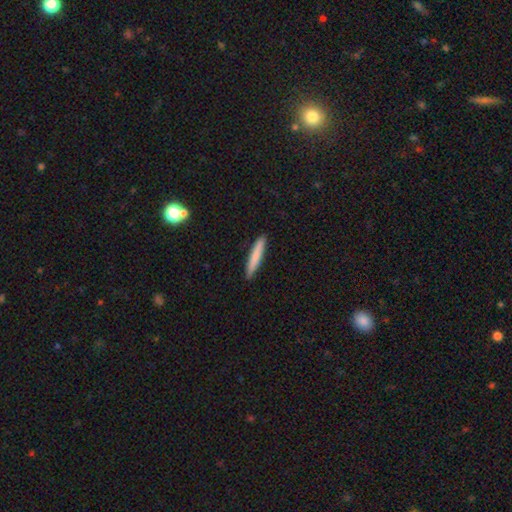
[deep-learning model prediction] smooth-or-featured: smooth: 77% | featured or disk: 17% | star or artifact: 6%
  how-rounded: cigar-shaped: 94% | in between: 5% | round: 1%
  merging: none: 91% | minor disturbance: 7% | major disturbance: 1% | merger: 1%